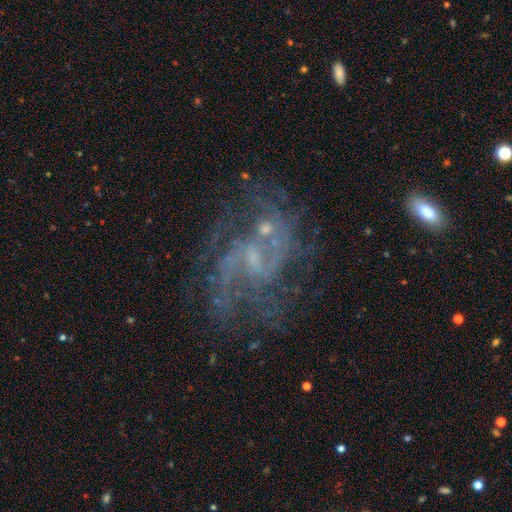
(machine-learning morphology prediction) A featured or disk galaxy (81%) with a weak bar (47%), 2 (53%) medium (43%) spiral arms (88%) and a small central bulge (57%). Merging: none (51%).